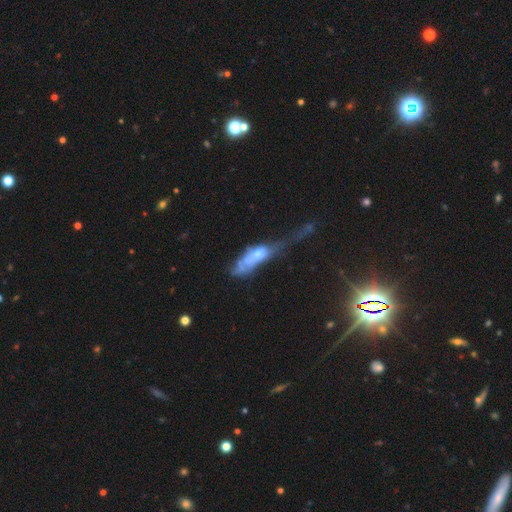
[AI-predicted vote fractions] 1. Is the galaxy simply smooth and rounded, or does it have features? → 48% smooth, 43% featured or disk, 9% star or artifact.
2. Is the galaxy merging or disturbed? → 57% major disturbance, 17% minor disturbance, 14% merger, 12% none.